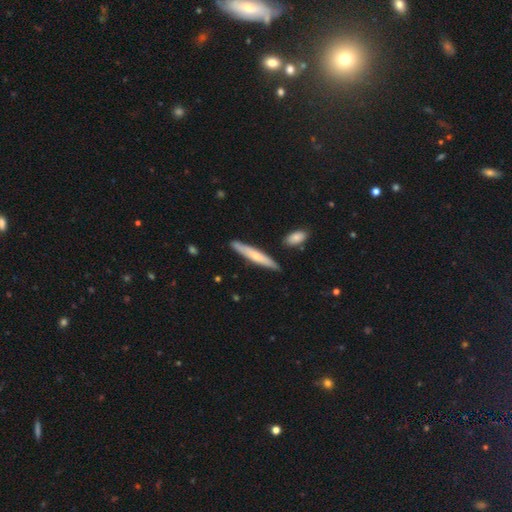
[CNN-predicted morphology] Smooth or featured?
  - smooth: 57% *
  - featured or disk: 37%
  - star or artifact: 5%
How rounded?
  - cigar-shaped: 92% *
  - in between: 6%
  - round: 1%
Merging?
  - none: 85% *
  - minor disturbance: 10%
  - merger: 3%
  - major disturbance: 2%